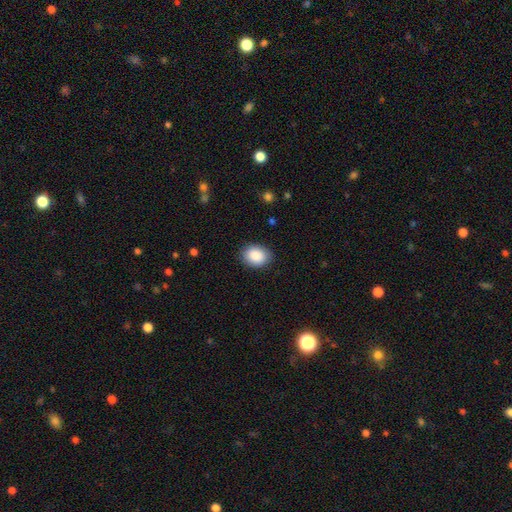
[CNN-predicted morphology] smooth 88%, star or artifact 7%, featured or disk 5%. Down the decision tree: how rounded — in between (65%); merging — none (87%).